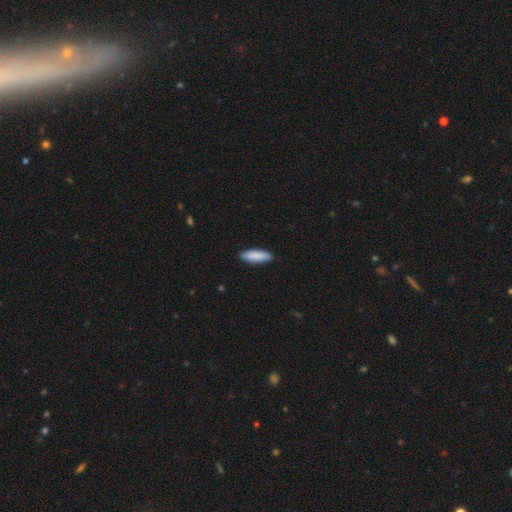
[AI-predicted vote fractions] This is clearly a smooth galaxy (89%). How rounded: possibly in between (53%). Merging: clearly none (90%).